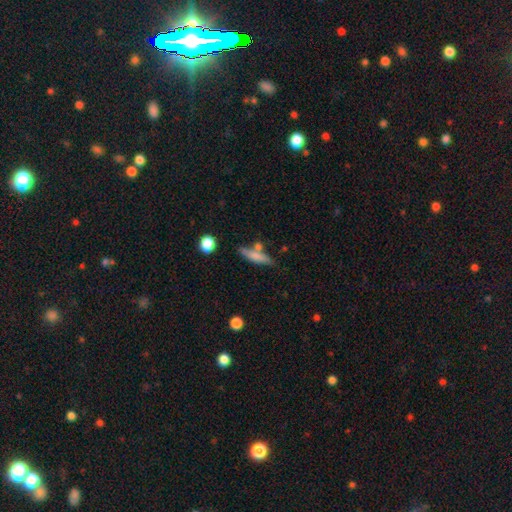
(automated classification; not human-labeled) Smooth or featured? smooth (67%)
How rounded? cigar-shaped (75%)
Merging? none (63%)